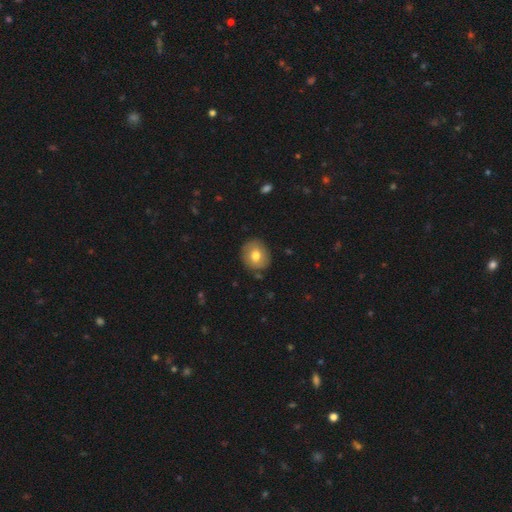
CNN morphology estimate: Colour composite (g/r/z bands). It shows a smooth galaxy with no disk features (72%) that is round (80%). Merging: none (86%).